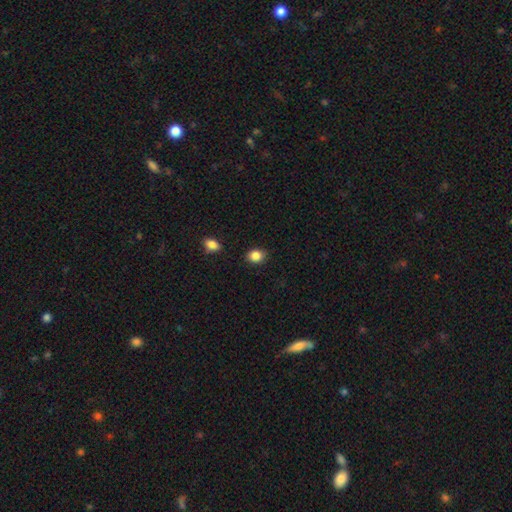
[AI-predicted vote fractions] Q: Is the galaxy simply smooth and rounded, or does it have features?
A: smooth — 86%.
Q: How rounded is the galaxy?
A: round — 53%.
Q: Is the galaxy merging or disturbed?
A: none — 86%.